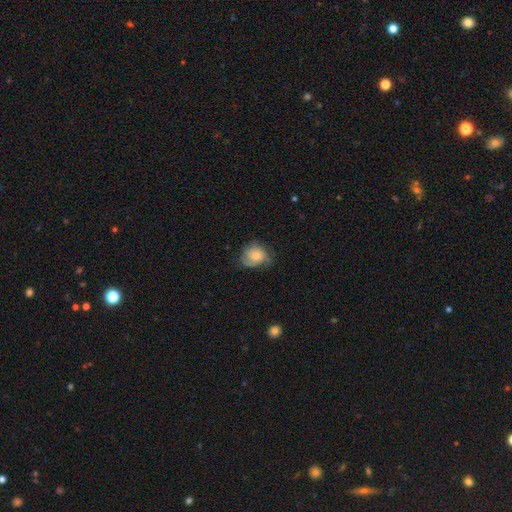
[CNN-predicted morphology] Smooth or featured?
  - smooth: 51% *
  - featured or disk: 41%
  - star or artifact: 8%
How rounded?
  - round: 61% *
  - in between: 38%
  - cigar-shaped: 1%
Merging?
  - none: 56% *
  - minor disturbance: 29%
  - major disturbance: 13%
  - merger: 1%